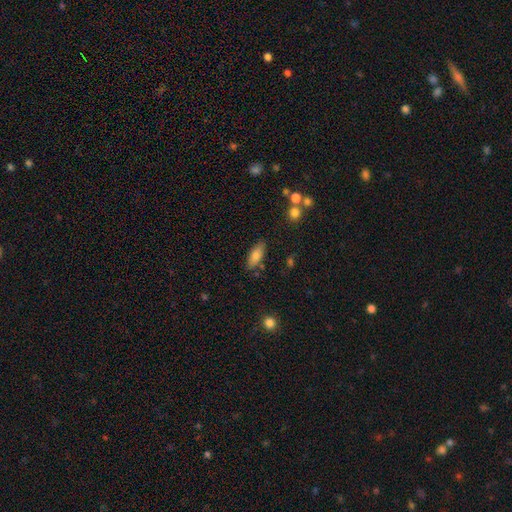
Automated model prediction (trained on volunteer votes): smooth-or-featured: smooth: 79% | featured or disk: 13% | star or artifact: 8%
  how-rounded: in between: 78% | cigar-shaped: 19% | round: 3%
  merging: none: 79% | minor disturbance: 13% | merger: 4% | major disturbance: 3%